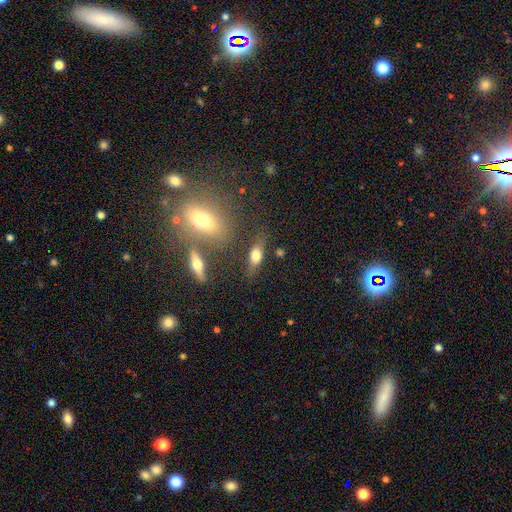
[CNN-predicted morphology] A smooth galaxy with no disk features (64%) that is in between round and cigar-shaped (70%).

Vote fractions:
- Smooth or featured? smooth: 64% / featured or disk: 26% / star or artifact: 10%
- How rounded? in between: 70% / cigar-shaped: 20% / round: 9%
- Merging? none: 68% / minor disturbance: 17% / merger: 8% / major disturbance: 7%